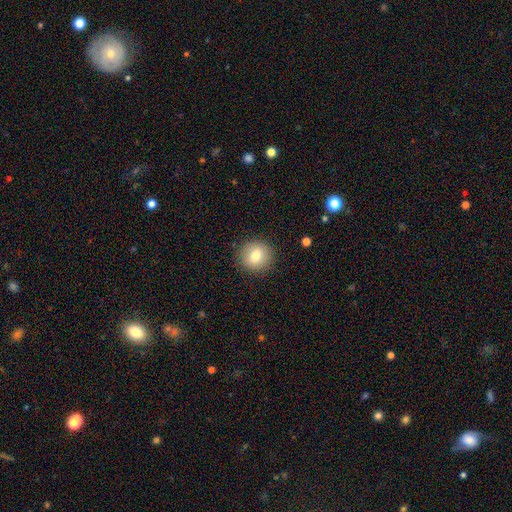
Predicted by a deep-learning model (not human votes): The model was most divided on "smooth or featured": smooth: 77%, featured or disk: 13%, star or artifact: 9%. More confident: merging — none (89%); how rounded — round (88%).